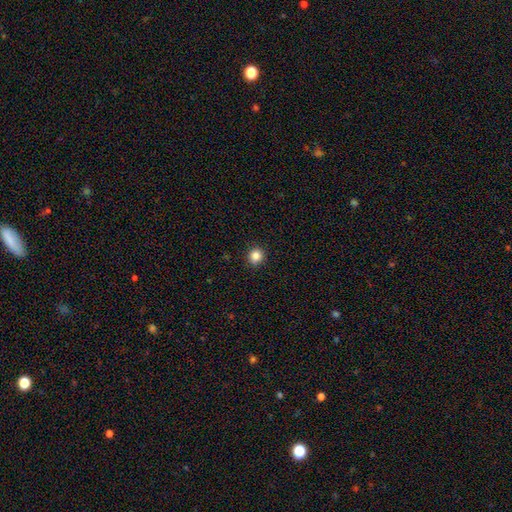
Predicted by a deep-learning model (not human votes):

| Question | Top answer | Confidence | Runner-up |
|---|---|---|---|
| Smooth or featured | smooth | 84% | star or artifact (12%) |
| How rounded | round | 91% | in between (8%) |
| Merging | none | 90% | minor disturbance (7%) |